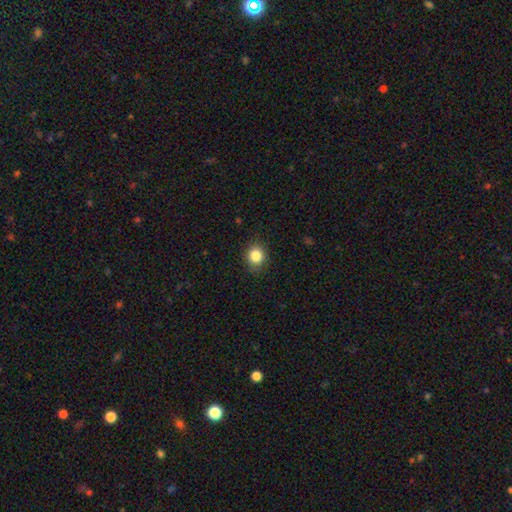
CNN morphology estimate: Q: Smooth or featured?
A: smooth (85%); runner-up: star or artifact (10%)
Q: How rounded?
A: round (67%); runner-up: in between (32%)
Q: Merging?
A: none (84%); runner-up: minor disturbance (12%)